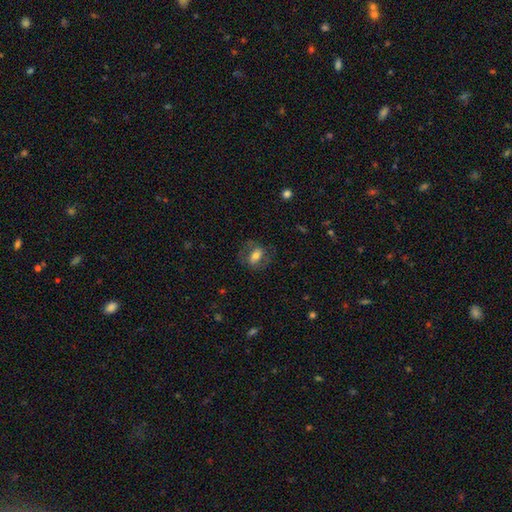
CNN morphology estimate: A smooth galaxy with no disk features (56%) that is in between round and cigar-shaped (75%). Merging: none (68%).